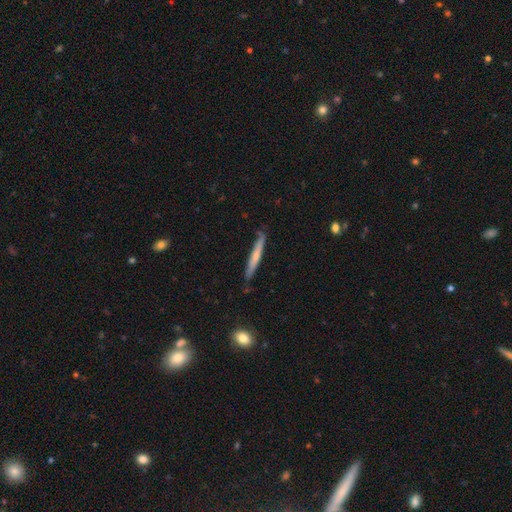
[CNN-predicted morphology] Smooth or featured: smooth — 57% (featured or disk — 38%)
How rounded: cigar-shaped — 95% (in between — 3%)
Merging: none — 82% (minor disturbance — 14%)